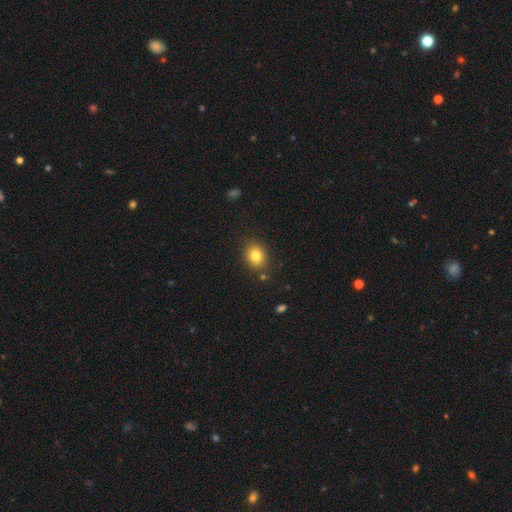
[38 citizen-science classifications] Smooth or featured: smooth — 87% (star or artifact — 8%)
How rounded: in between — 64% (round — 36%)
Merging: none — 74% (minor disturbance — 14%)